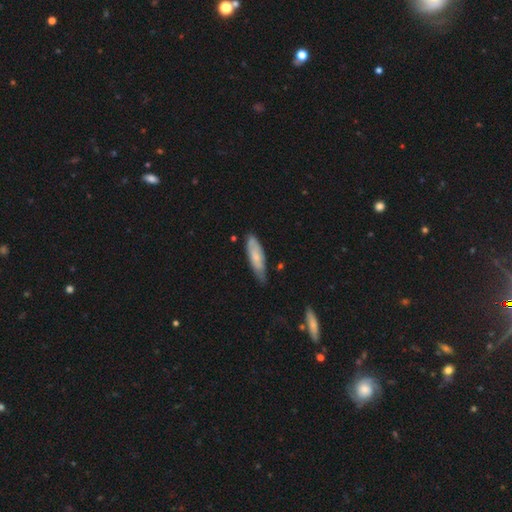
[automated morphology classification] A smooth galaxy with no disk features (63%) that is cigar-shaped (59%). Merging: none (64%).